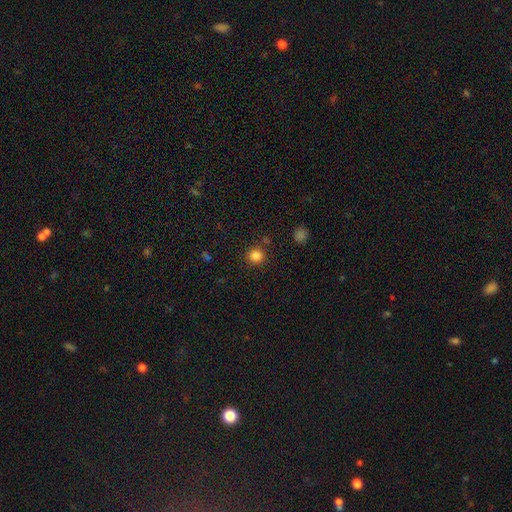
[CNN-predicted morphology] Smooth or featured? smooth (83%)
How rounded? round (91%)
Merging? none (86%)